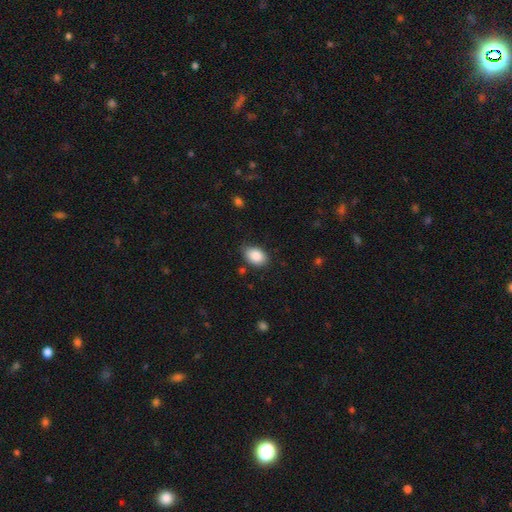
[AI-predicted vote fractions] Morphology: type=smooth (88%); roundness=in between (84%); merging=none (79%).